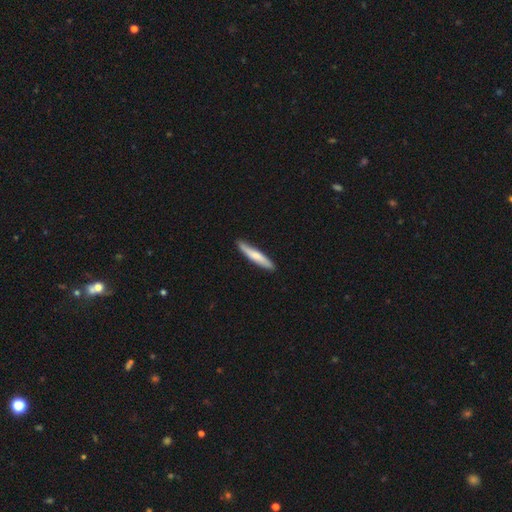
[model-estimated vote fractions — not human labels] Morphology: type=smooth (66%); roundness=cigar-shaped (93%); merging=none (88%).